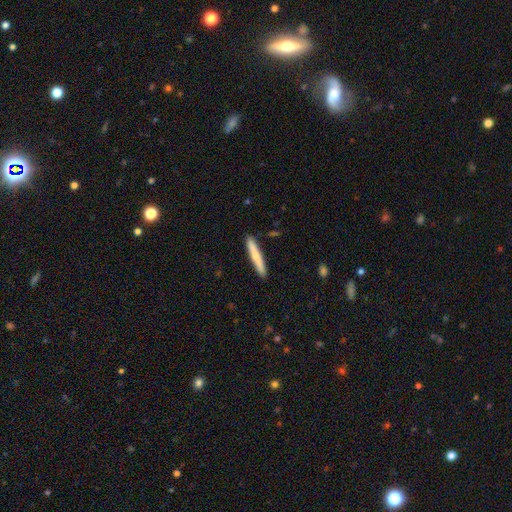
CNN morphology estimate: This appears to be a smooth galaxy with no disk features (68%) that is cigar-shaped (94%). Merging: none (89%).